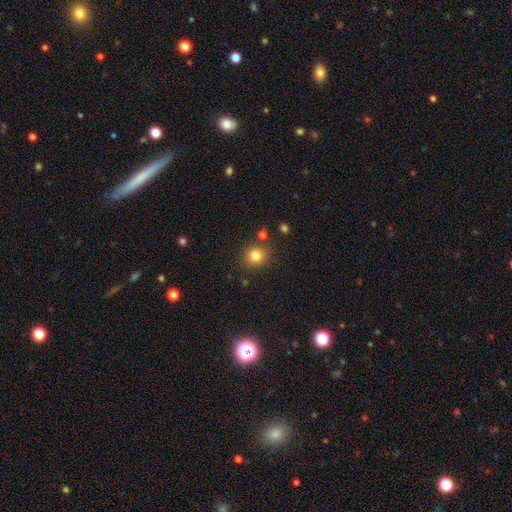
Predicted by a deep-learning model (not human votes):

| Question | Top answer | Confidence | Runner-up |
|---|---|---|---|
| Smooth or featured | smooth | 81% | star or artifact (12%) |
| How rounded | round | 82% | in between (17%) |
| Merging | none | 81% | minor disturbance (11%) |